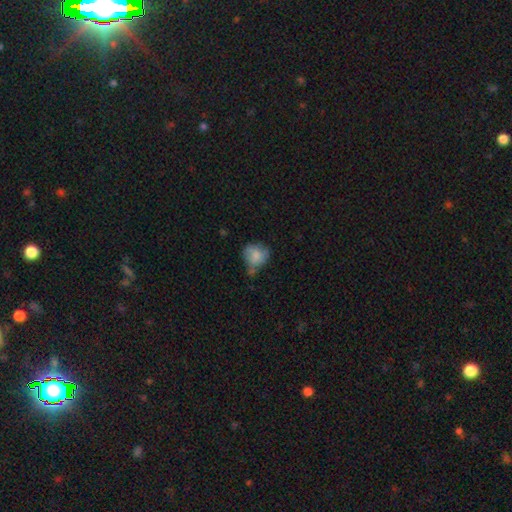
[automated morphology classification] Smooth or featured? Predicted: smooth (p=0.68). How rounded? Predicted: round (p=0.61). Merging? Predicted: minor disturbance (p=0.35, tied with none).